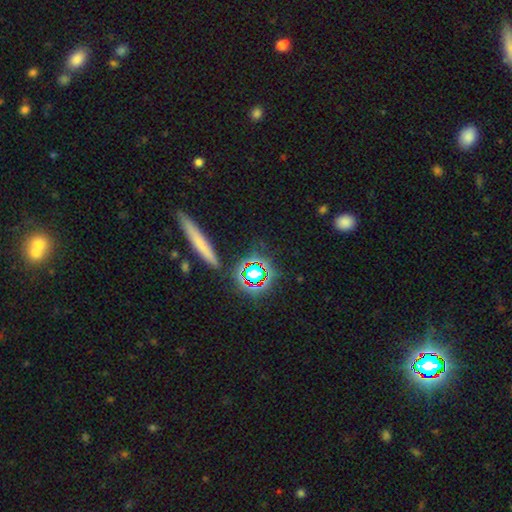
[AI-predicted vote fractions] This is marginally a smooth galaxy (37%, tied with star or artifact). Merging: clearly none (84%).